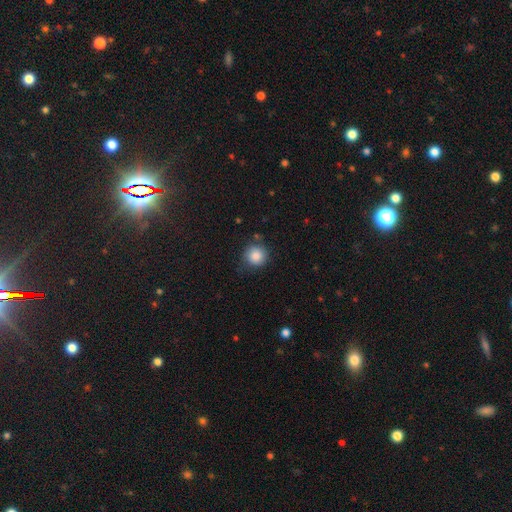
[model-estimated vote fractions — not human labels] This appears to be a smooth galaxy with no disk features (85%) that is round (92%). Merging: none (76%).